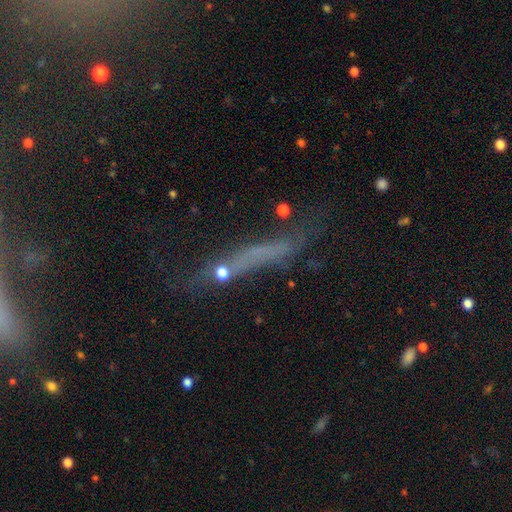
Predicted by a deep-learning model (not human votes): Smooth or featured: smooth — 41% (featured or disk — 39%)
Merging: none — 40% (major disturbance — 27%)